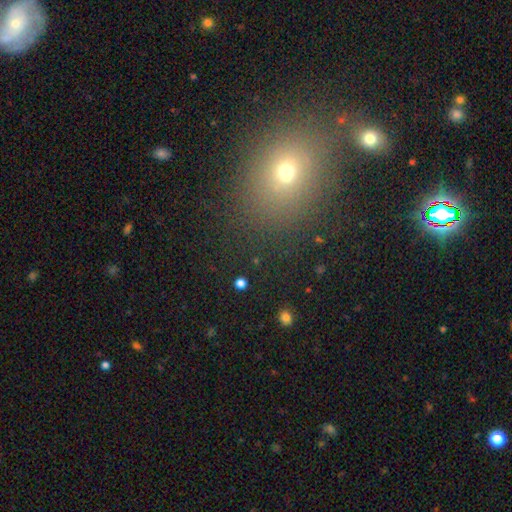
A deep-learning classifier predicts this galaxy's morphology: A smooth galaxy with no disk features (52%) that is round (55%). Merging: none (81%).